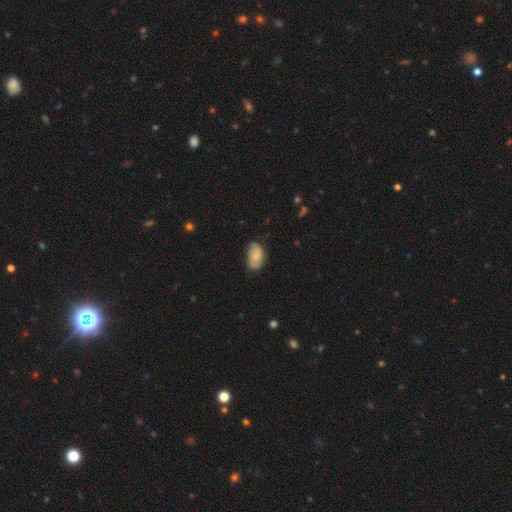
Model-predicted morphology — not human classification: The model was most divided on "smooth or featured": smooth: 57%, featured or disk: 35%, star or artifact: 7%. More confident: how rounded — in between (91%); merging — none (67%).